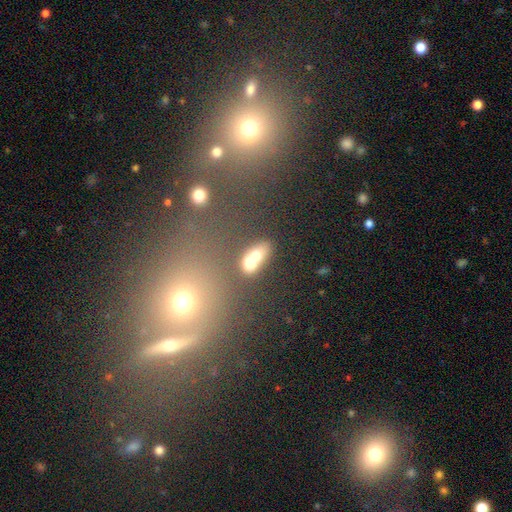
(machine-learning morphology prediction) Smooth or featured?
  - smooth: 64% *
  - featured or disk: 22%
  - star or artifact: 14%
How rounded?
  - in between: 67% *
  - round: 29%
  - cigar-shaped: 4%
Merging?
  - merger: 65% *
  - none: 23%
  - minor disturbance: 7%
  - major disturbance: 5%